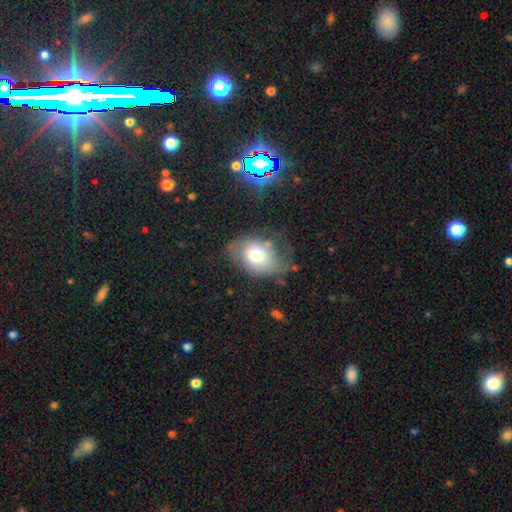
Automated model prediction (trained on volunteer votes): Smooth or featured: smooth — 65% (featured or disk — 26%)
How rounded: in between — 70% (round — 29%)
Merging: none — 50% (minor disturbance — 27%)